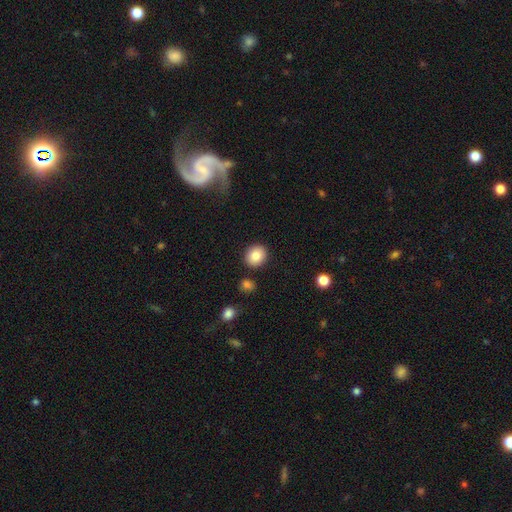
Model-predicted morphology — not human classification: The model was most divided on "how rounded": round: 71%, in between: 28%, cigar-shaped: 1%. More confident: merging — none (88%); smooth or featured — smooth (86%).